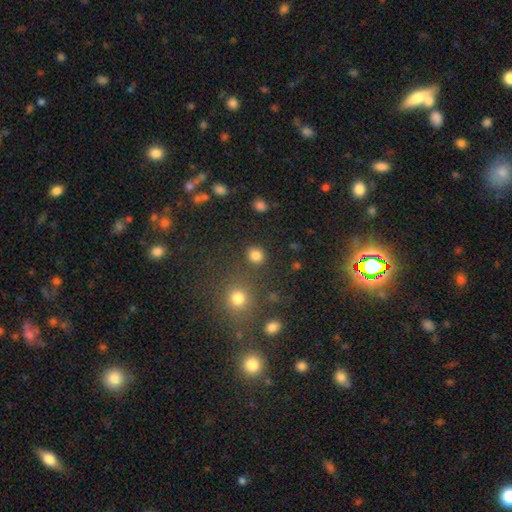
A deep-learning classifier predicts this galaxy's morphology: Q: Smooth or featured?
A: smooth (82%); runner-up: star or artifact (13%)
Q: How rounded?
A: round (83%); runner-up: in between (15%)
Q: Merging?
A: none (84%); runner-up: minor disturbance (8%)